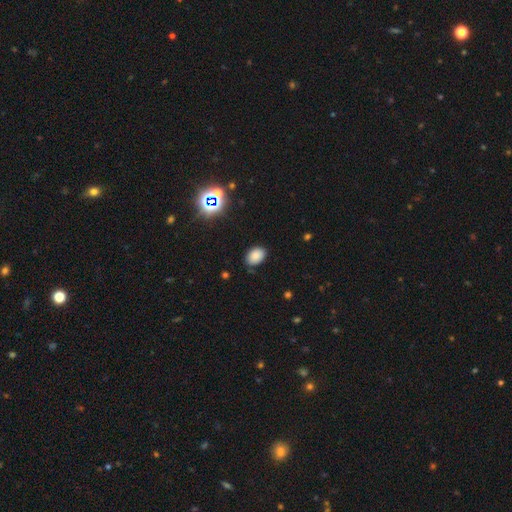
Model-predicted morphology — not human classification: type=smooth (81%); roundness=in between (81%); merging=none (80%).